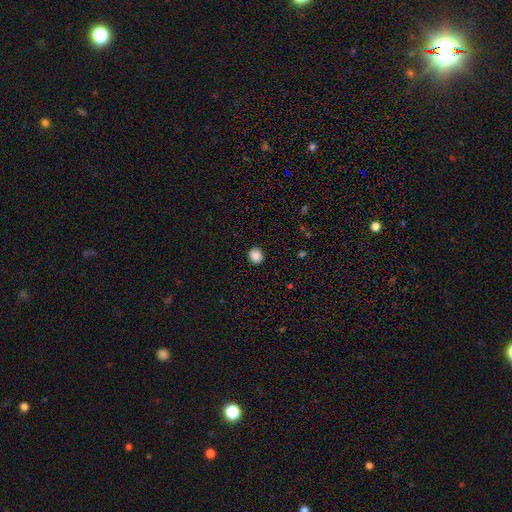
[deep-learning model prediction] smooth_or_featured: smooth (p=0.87) [alt: star or artifact p=0.10]
how_rounded: round (p=0.88) [alt: in between p=0.11]
merging: none (p=0.92) [alt: minor disturbance p=0.06]